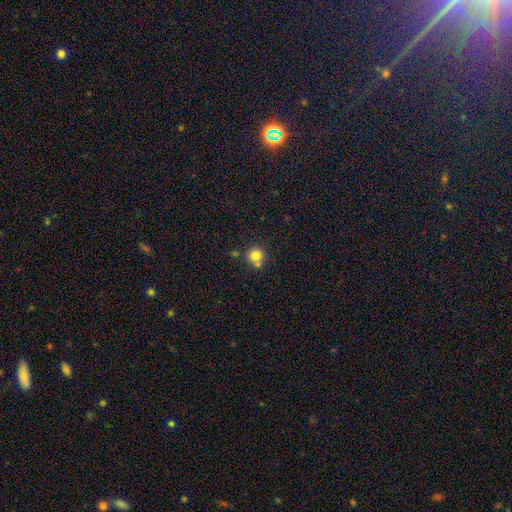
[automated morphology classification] A smooth galaxy with no disk features (80%) that is round (93%). Merging: none (70%).